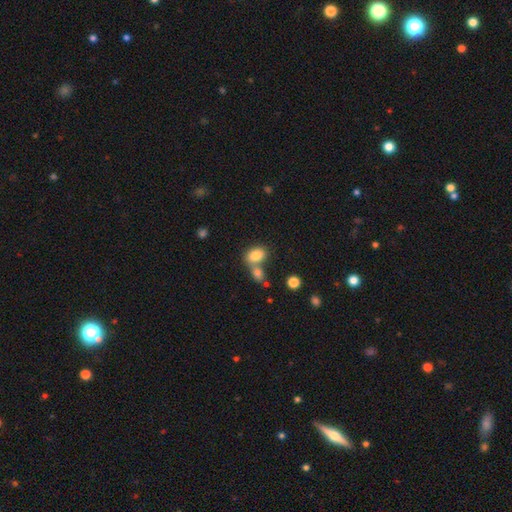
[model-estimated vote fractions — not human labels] Overall: smooth (81%). How rounded: in between (76%). Merging: merger (43%, tied with none).